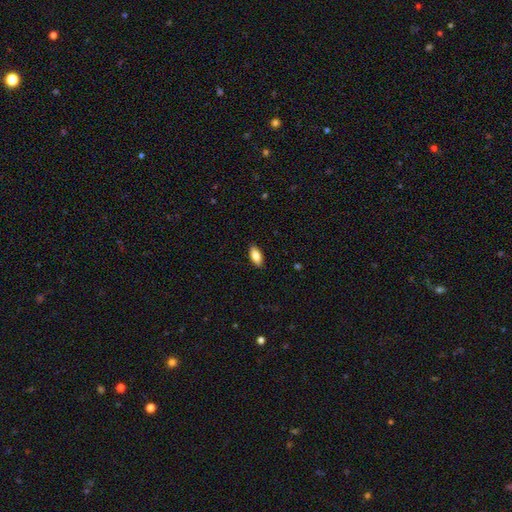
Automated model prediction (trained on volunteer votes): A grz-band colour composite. It shows a smooth galaxy with no disk features (85%) that is in between round and cigar-shaped (89%). Merging: none (89%).